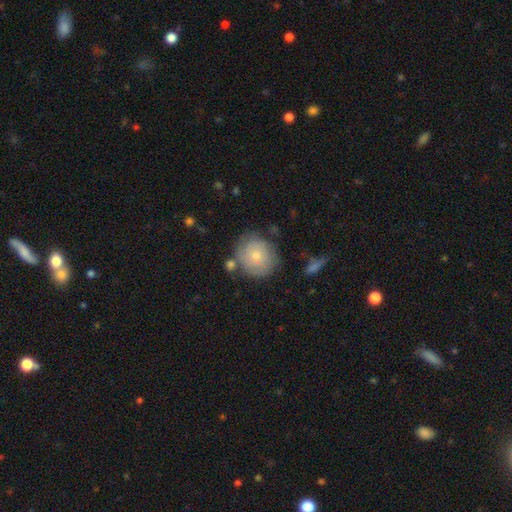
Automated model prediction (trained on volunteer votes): Smooth or featured? smooth (63%)
How rounded? round (85%)
Merging? none (67%)